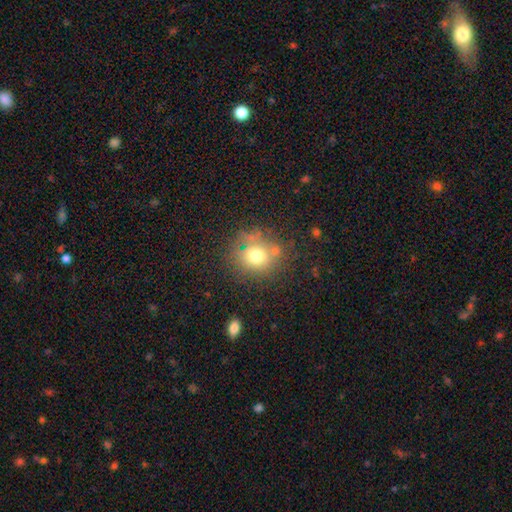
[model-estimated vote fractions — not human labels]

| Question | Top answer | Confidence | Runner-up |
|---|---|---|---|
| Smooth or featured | smooth | 71% | featured or disk (15%) |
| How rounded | round | 79% | in between (20%) |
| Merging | none | 68% | minor disturbance (17%) |